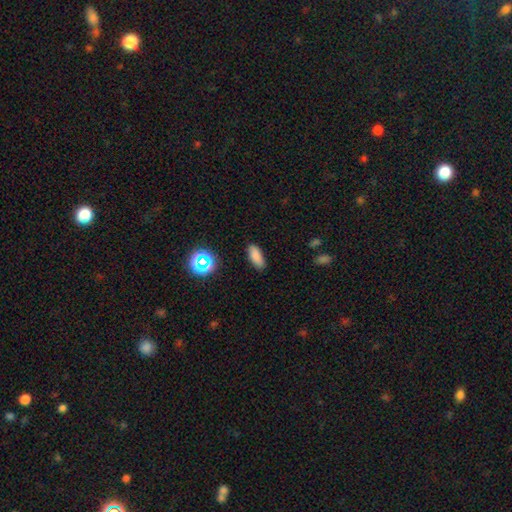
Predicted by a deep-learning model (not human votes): A smooth galaxy with no disk features (82%) that is in between round and cigar-shaped (79%). Merging: none (86%).